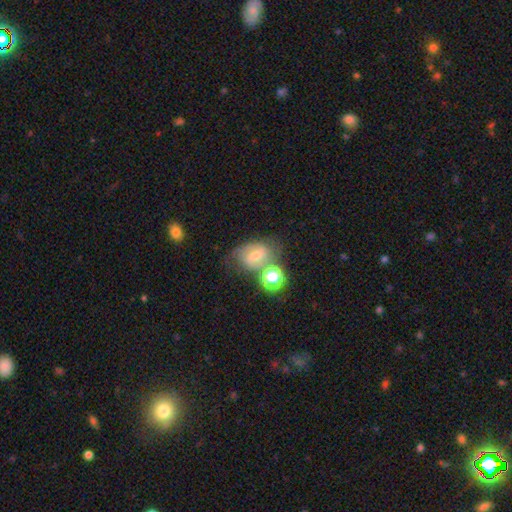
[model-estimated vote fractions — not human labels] featured or disk 47%, smooth 36%, star or artifact 17%. Down the decision tree: merging — none (53%).